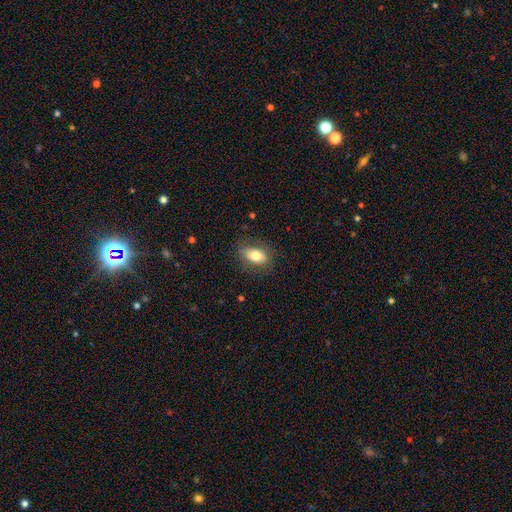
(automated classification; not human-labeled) Smooth or featured? Predicted: smooth (p=0.76). How rounded? Predicted: in between (p=0.85). Merging? Predicted: none (p=0.80).